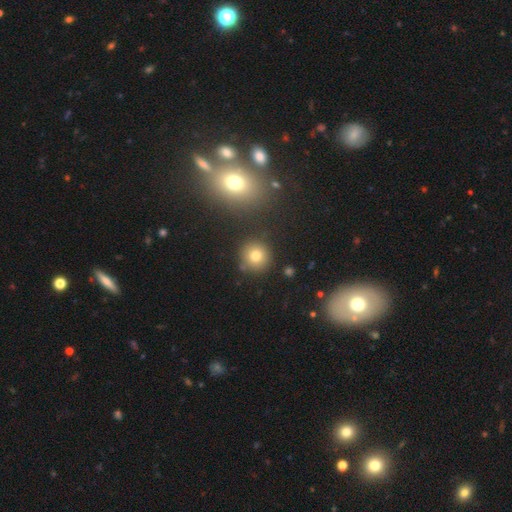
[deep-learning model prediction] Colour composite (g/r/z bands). It shows a smooth galaxy with no disk features (75%) that is round (93%). Merging: none (85%).